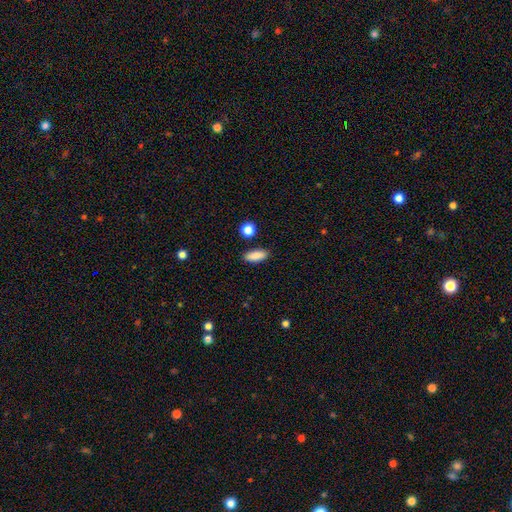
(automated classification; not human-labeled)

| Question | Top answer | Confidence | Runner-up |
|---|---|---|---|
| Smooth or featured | smooth | 88% | star or artifact (8%) |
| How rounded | in between | 74% | cigar-shaped (21%) |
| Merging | none | 87% | minor disturbance (8%) |